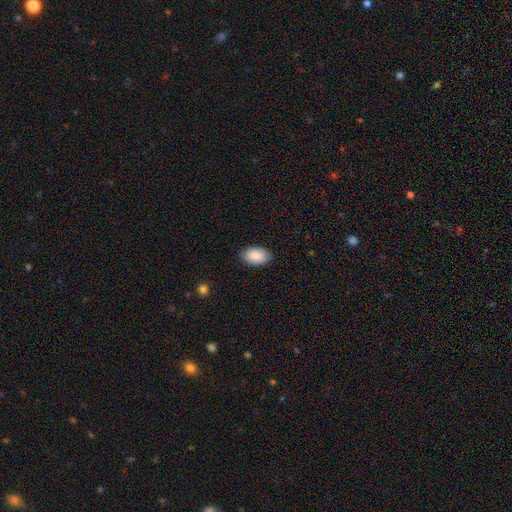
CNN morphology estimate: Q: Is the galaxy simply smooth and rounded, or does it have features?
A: smooth — 88%.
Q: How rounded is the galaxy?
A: in between — 93%.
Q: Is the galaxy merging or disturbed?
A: none — 87%.